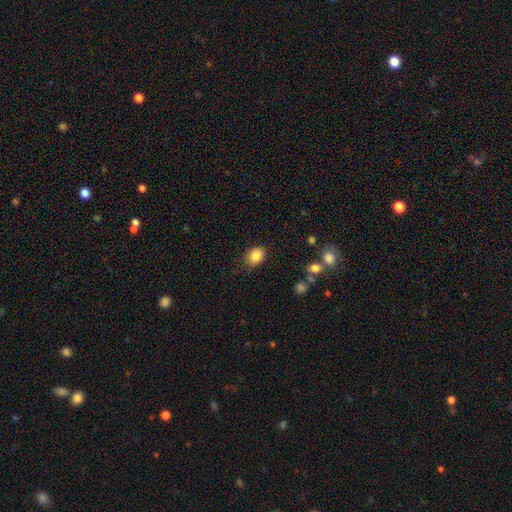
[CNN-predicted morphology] This appears to be a smooth galaxy with no disk features (87%) that is in between round and cigar-shaped (66%). Merging: none (80%).